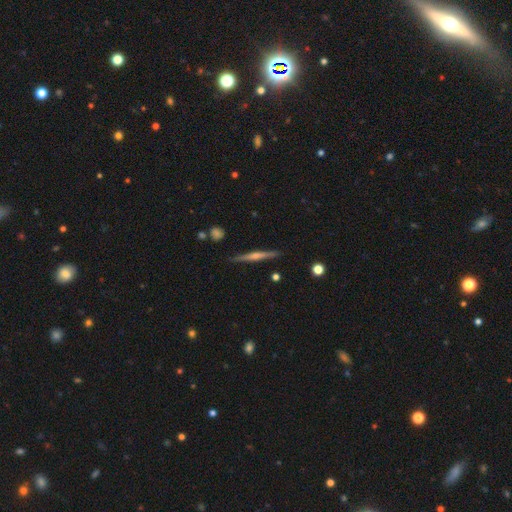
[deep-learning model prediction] A featured or disk galaxy (71%) viewed edge-on (98%) with a rounded central bulge (76%). Merging: none (90%).